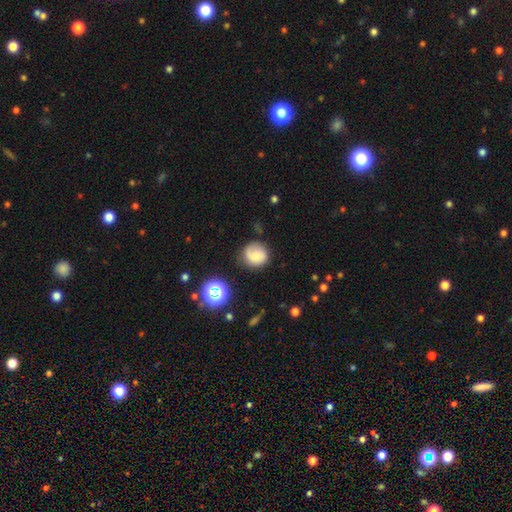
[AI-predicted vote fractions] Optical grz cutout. It shows a smooth galaxy with no disk features (67%) that is round (87%). Merging: none (70%).